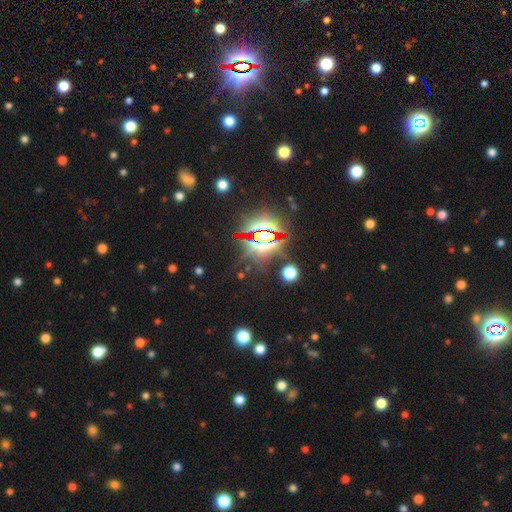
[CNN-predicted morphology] smooth_or_featured: star or artifact (p=0.78) [alt: smooth p=0.15]